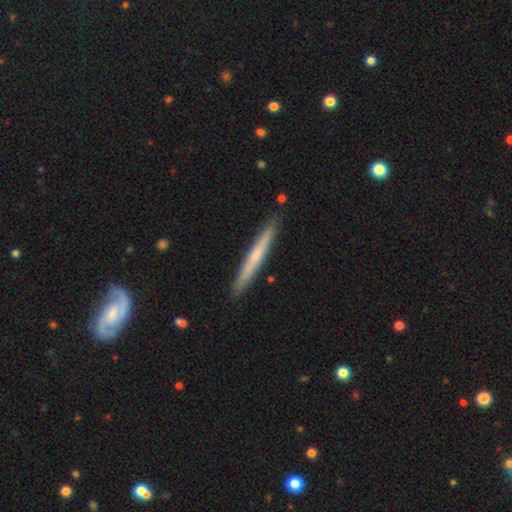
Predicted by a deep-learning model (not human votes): This is possibly a smooth galaxy (52%). How rounded: clearly cigar-shaped (97%). Merging: clearly none (90%).